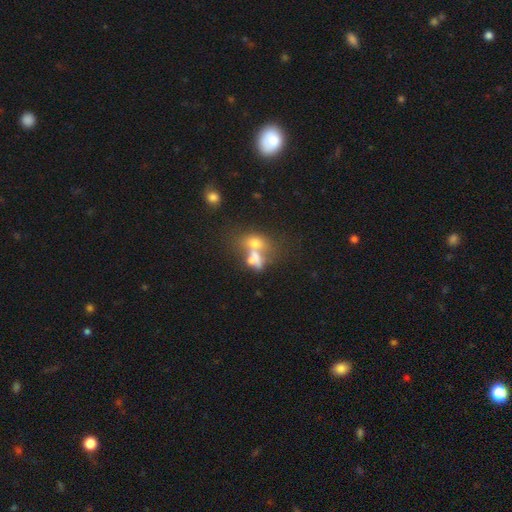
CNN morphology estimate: Smooth or featured? Predicted: smooth (p=0.54). How rounded? Predicted: in between (p=0.61). Merging? Predicted: merger (p=0.61).